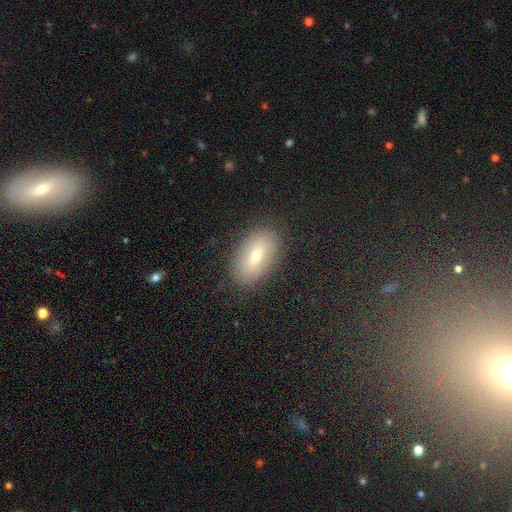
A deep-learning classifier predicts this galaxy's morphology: Overall: smooth (65%). How rounded: in between (92%). Merging: none (87%).